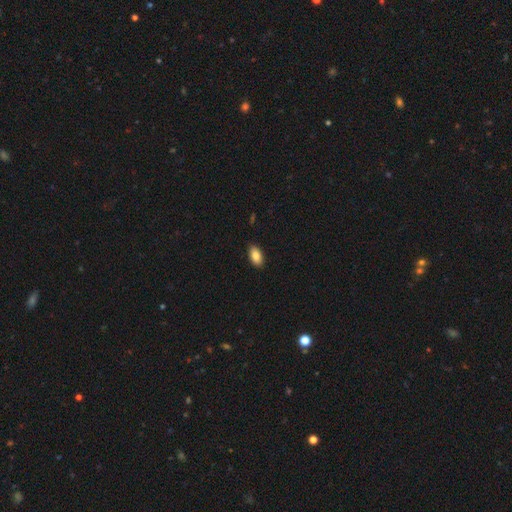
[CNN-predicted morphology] type=smooth (86%); roundness=in between (93%); merging=none (89%).